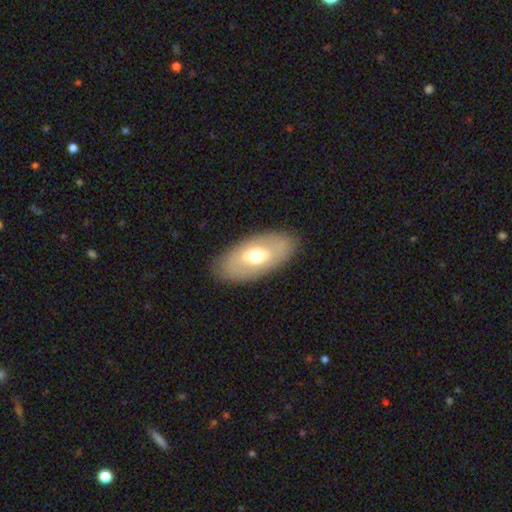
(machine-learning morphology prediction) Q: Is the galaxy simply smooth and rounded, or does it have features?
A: smooth — 53%.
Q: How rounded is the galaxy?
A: in between — 92%.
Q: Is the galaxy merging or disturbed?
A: none — 85%.